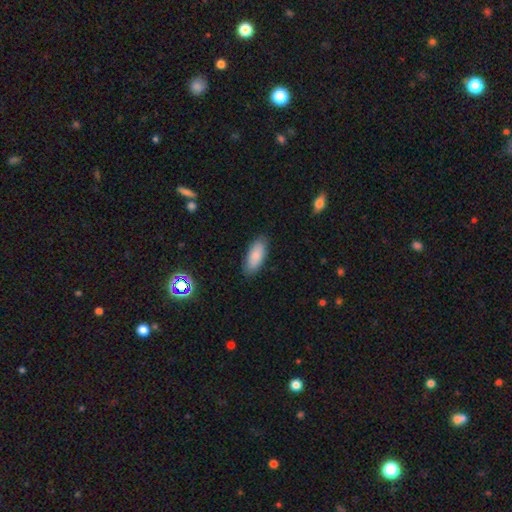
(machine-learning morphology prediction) smooth_or_featured: smooth (p=0.85) [alt: featured or disk p=0.09]
how_rounded: in between (p=0.82) [alt: cigar-shaped p=0.16]
merging: none (p=0.86) [alt: minor disturbance p=0.11]